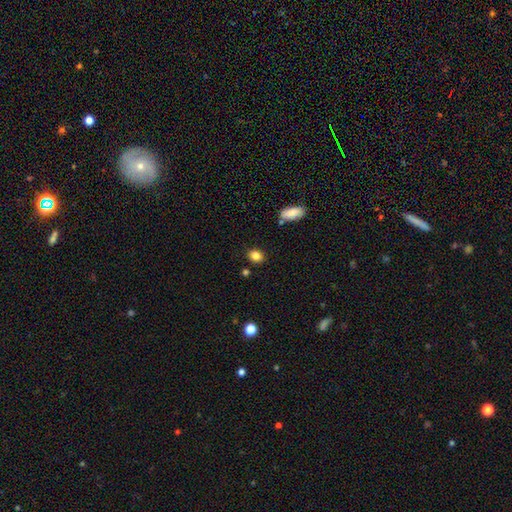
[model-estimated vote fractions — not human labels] Morphology: type=smooth (84%); roundness=round (51%); merging=none (85%).